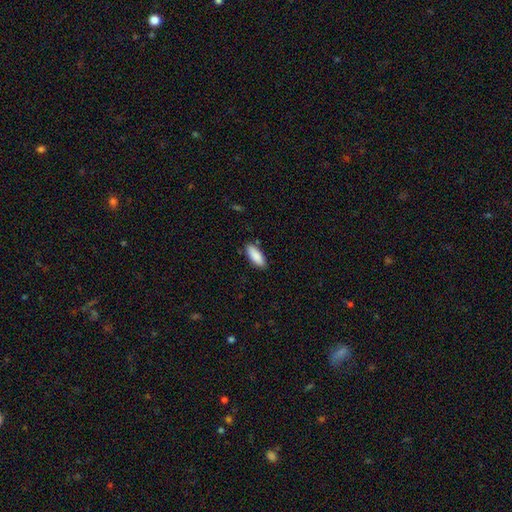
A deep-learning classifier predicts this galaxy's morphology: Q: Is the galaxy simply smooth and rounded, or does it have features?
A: smooth — 89%.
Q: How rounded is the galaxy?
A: in between — 74%.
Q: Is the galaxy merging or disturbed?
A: none — 85%.